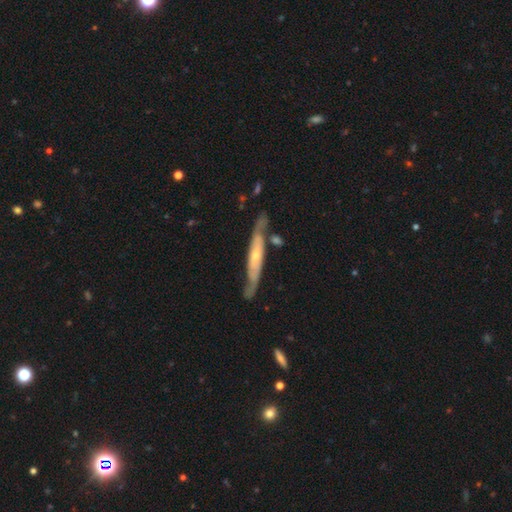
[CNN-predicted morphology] smooth-or-featured: featured or disk: 73% | smooth: 22% | star or artifact: 5%
  disk-edge-on: yes: 61% | no: 39%
  merging: none: 68% | minor disturbance: 20% | merger: 7% | major disturbance: 6%